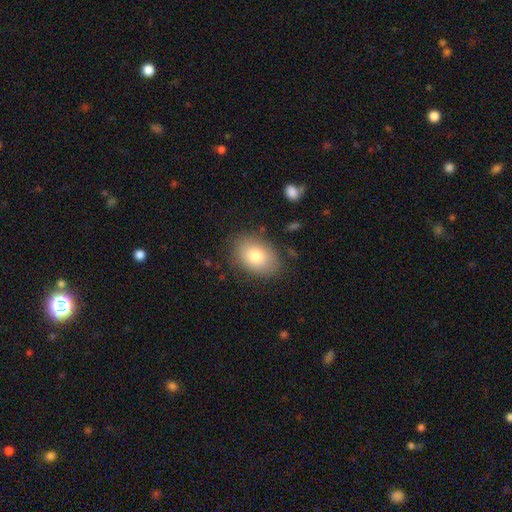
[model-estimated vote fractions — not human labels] This appears to be a smooth galaxy with no disk features (79%) that is in between round and cigar-shaped (81%). Merging: none (82%).